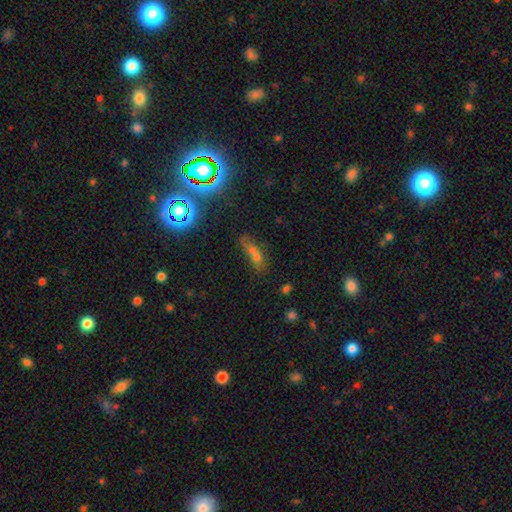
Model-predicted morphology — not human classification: Smooth or featured?
  - smooth: 44% *
  - star or artifact: 39%
  - featured or disk: 17%
Merging?
  - none: 39% * (tied)
  - merger: 39% * (tied)
  - minor disturbance: 12%
  - major disturbance: 10%